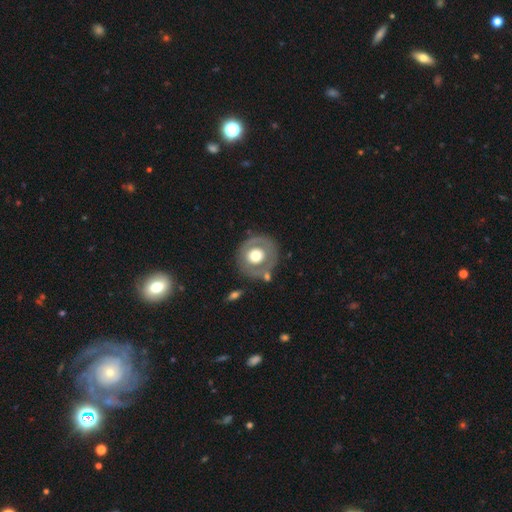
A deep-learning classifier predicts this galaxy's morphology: Q: Smooth or featured?
A: featured or disk (47%); tied with: smooth (47%)
Q: Merging?
A: none (75%); runner-up: minor disturbance (13%)